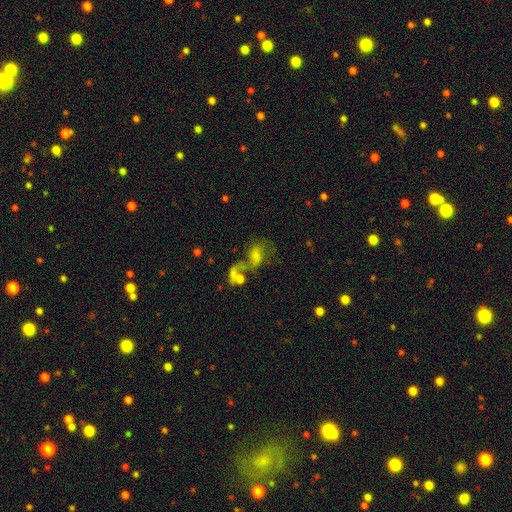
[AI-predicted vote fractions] Smooth or featured: featured or disk — 44% (smooth — 35%)
Merging: merger — 40% (major disturbance — 24%)